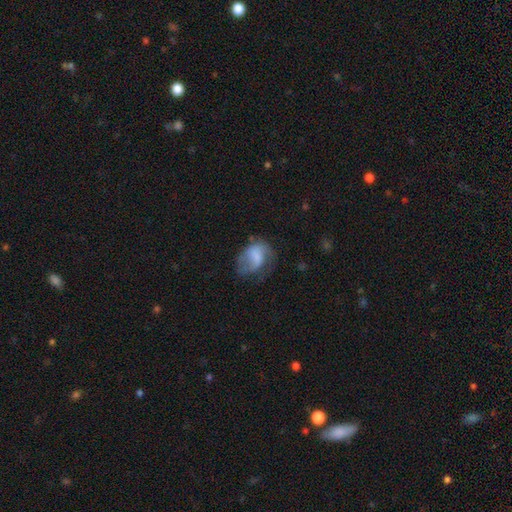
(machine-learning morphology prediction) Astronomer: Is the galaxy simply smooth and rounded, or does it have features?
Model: smooth — 50% (runner-up: featured or disk, 42%).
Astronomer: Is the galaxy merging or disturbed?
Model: none — 37% (runner-up: major disturbance, 33%).